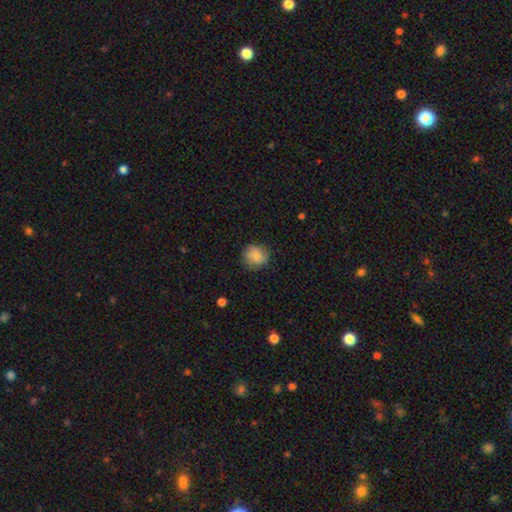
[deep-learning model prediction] A smooth galaxy with no disk features (81%) that is round (85%). Merging: none (80%).